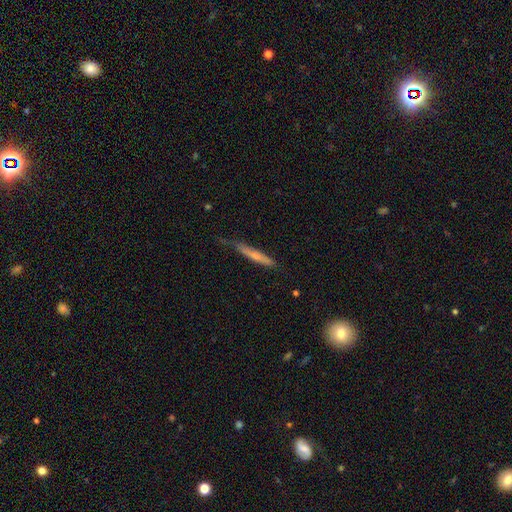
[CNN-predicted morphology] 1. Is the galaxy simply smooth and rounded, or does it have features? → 58% smooth, 36% featured or disk, 6% star or artifact.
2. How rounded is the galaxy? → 94% cigar-shaped, 5% in between, 1% round.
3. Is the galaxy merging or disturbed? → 62% none, 29% minor disturbance, 7% major disturbance, 2% merger.